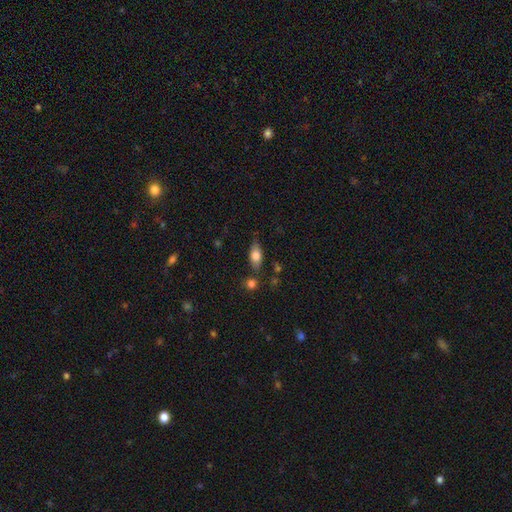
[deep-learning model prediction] Smooth or featured? smooth (75%)
How rounded? in between (84%)
Merging? none (72%)